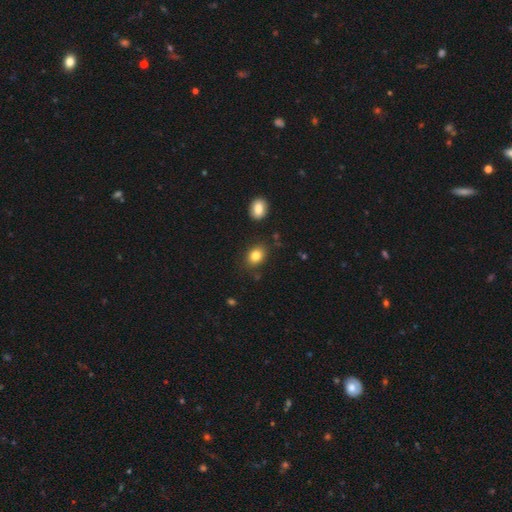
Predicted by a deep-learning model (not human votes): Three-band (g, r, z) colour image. It shows a smooth galaxy with no disk features (82%) that is in between round and cigar-shaped (59%). Merging: none (83%).